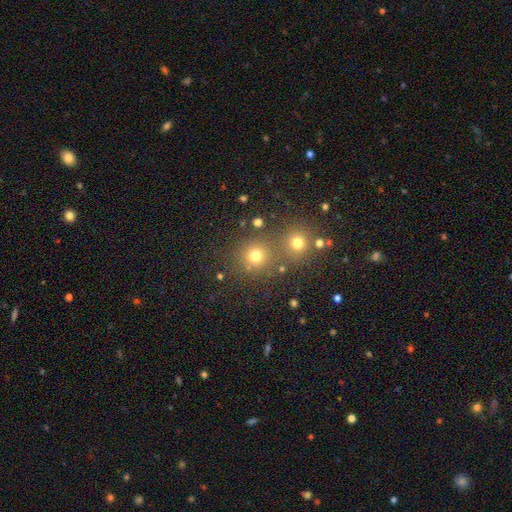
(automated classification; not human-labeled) This appears to be a smooth galaxy with no disk features (74%) that is round (89%). Merging: none (66%).